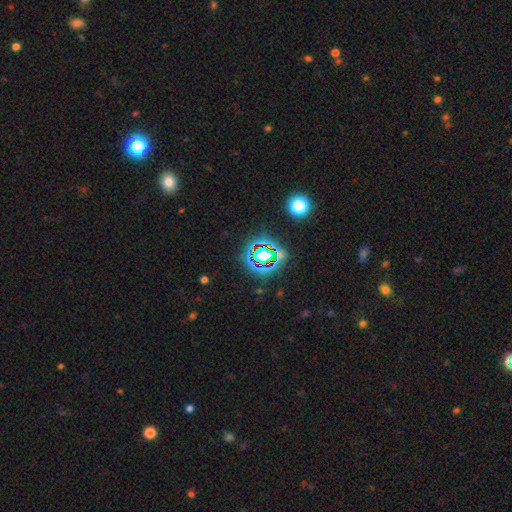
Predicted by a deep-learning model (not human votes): star or artifact 69%, smooth 19%, featured or disk 11%.